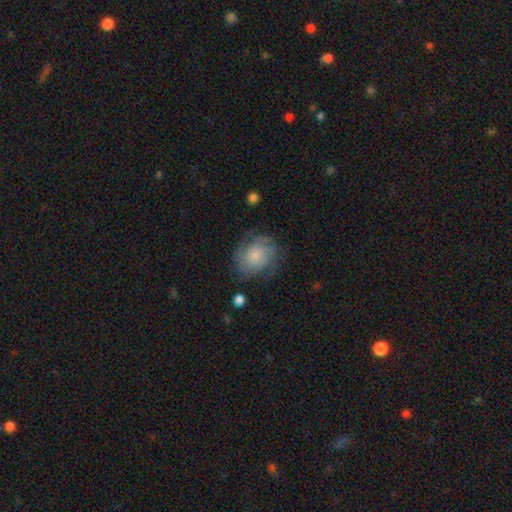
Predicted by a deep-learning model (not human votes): Overall: smooth (49%; featured or disk 42%). Merging: none (66%).